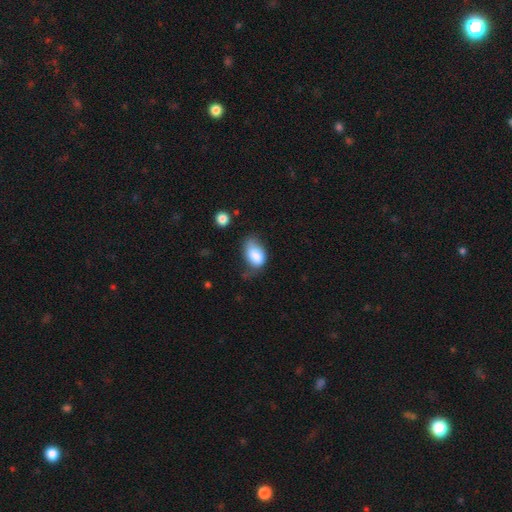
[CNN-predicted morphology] smooth_or_featured: smooth (p=0.80) [alt: featured or disk p=0.13]
how_rounded: in between (p=0.87) [alt: round p=0.11]
merging: minor disturbance (p=0.42) [alt: none p=0.32]